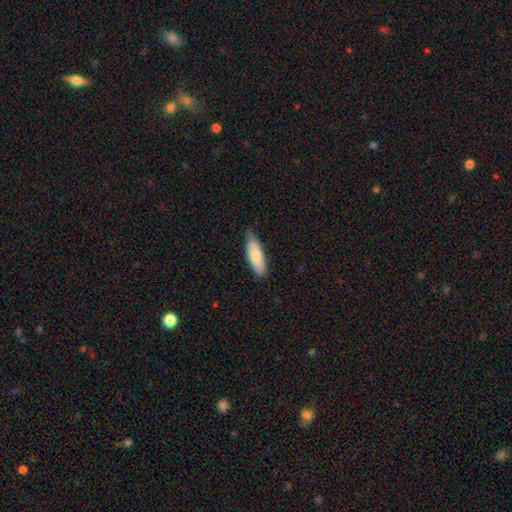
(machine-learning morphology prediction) type=smooth (76%); roundness=in between (60%); merging=none (67%).